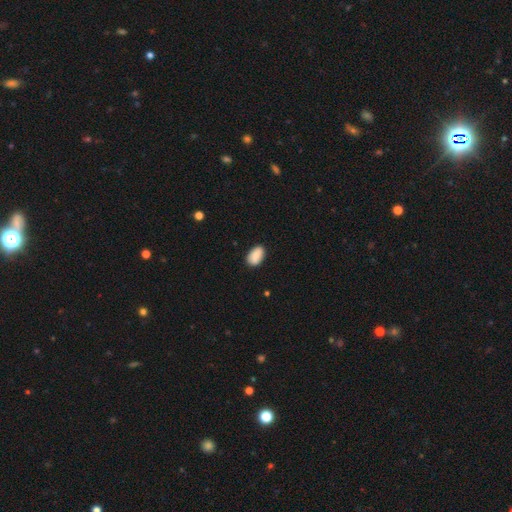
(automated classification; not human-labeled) Smooth or featured? Predicted: smooth (p=0.88). How rounded? Predicted: in between (p=0.92). Merging? Predicted: none (p=0.82).